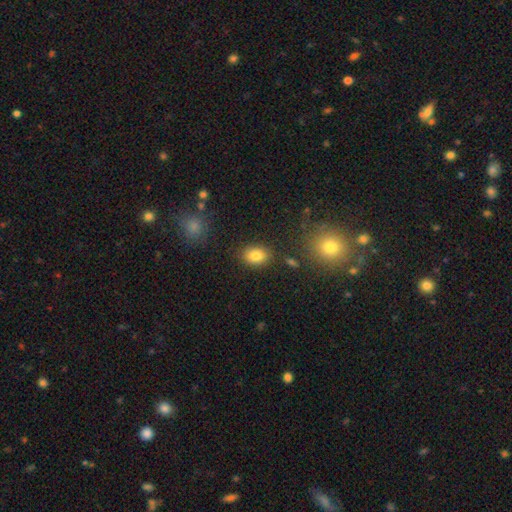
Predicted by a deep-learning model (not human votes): Smooth or featured: smooth — 82% (star or artifact — 10%)
How rounded: in between — 73% (round — 26%)
Merging: none — 84% (minor disturbance — 10%)